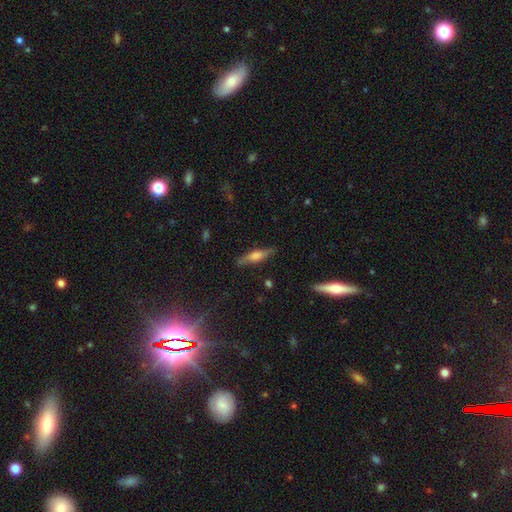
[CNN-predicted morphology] This is possibly a featured or disk galaxy (54%). It is clearly viewed edge-on (94%). Edge-on bulge: likely rounded (67%). Merging: clearly none (84%).